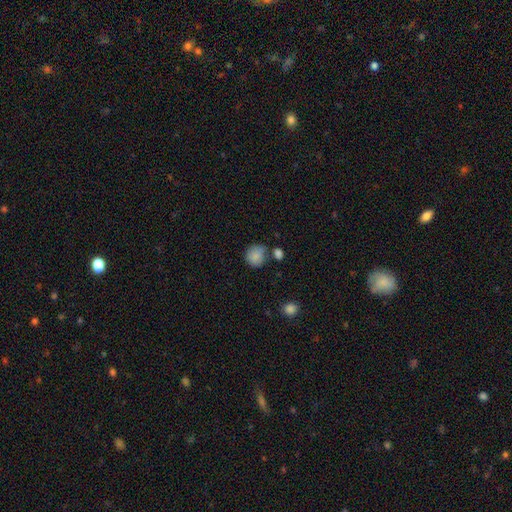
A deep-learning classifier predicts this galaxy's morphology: Smooth or featured? Predicted: smooth (p=0.85). How rounded? Predicted: round (p=0.81). Merging? Predicted: none (p=0.61).